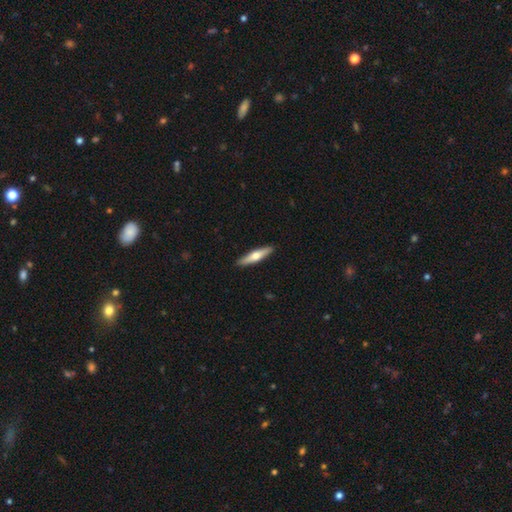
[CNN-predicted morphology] Overall: featured or disk (48%; smooth 47%). Merging: none (91%).